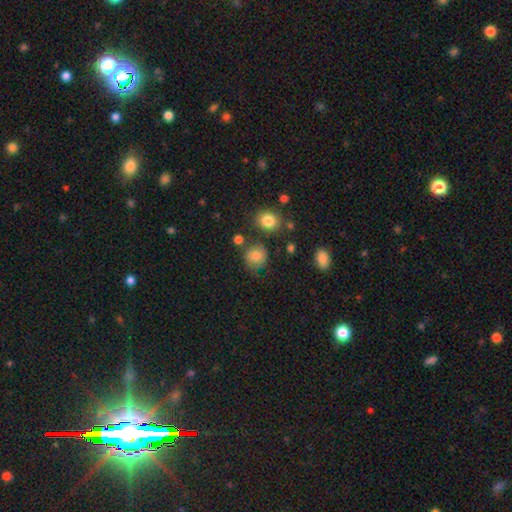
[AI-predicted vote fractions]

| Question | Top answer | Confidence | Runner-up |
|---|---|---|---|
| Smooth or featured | smooth | 79% | star or artifact (12%) |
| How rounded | round | 82% | in between (17%) |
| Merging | none | 70% | minor disturbance (19%) |